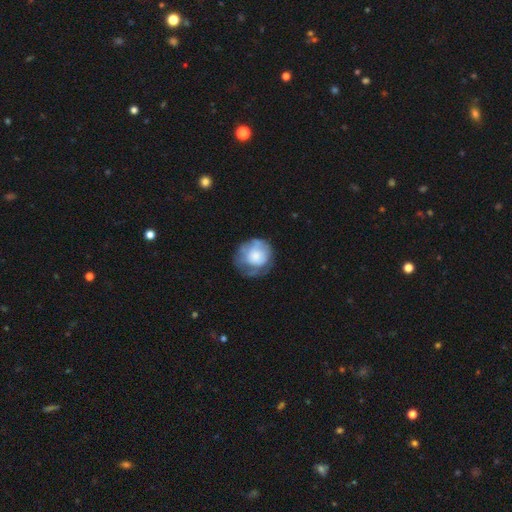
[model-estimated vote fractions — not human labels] A smooth galaxy with no disk features (59%) that is round (84%).

Vote fractions:
- Smooth or featured? smooth: 59% / featured or disk: 34% / star or artifact: 7%
- How rounded? round: 84% / in between: 15% / cigar-shaped: 1%
- Merging? none: 51% / minor disturbance: 27% / major disturbance: 20% / merger: 2%